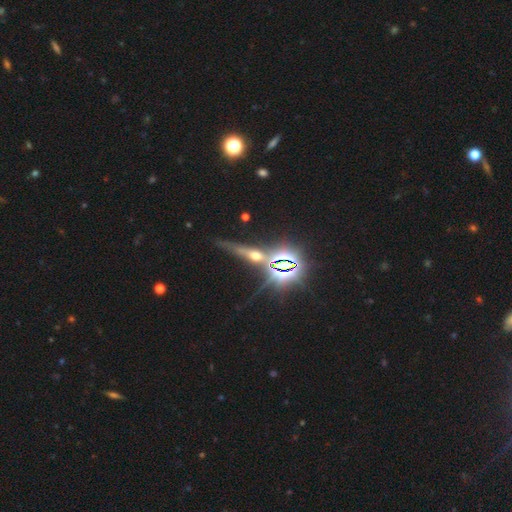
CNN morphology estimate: type=star or artifact (44%).